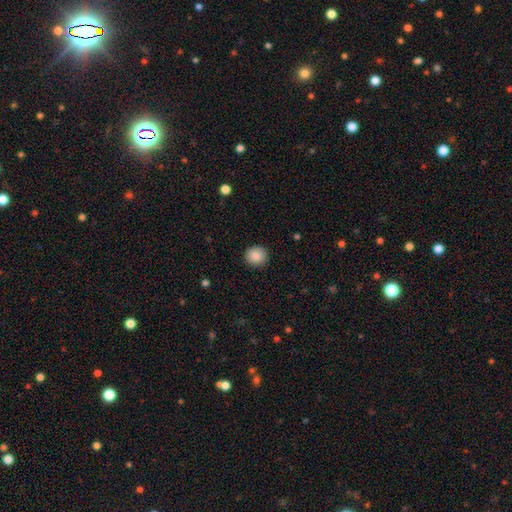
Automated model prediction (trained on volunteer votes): Smooth or featured?
  - smooth: 88% *
  - star or artifact: 8%
  - featured or disk: 4%
How rounded?
  - round: 88% *
  - in between: 11%
  - cigar-shaped: 1%
Merging?
  - none: 89% *
  - minor disturbance: 8%
  - major disturbance: 2%
  - merger: 1%